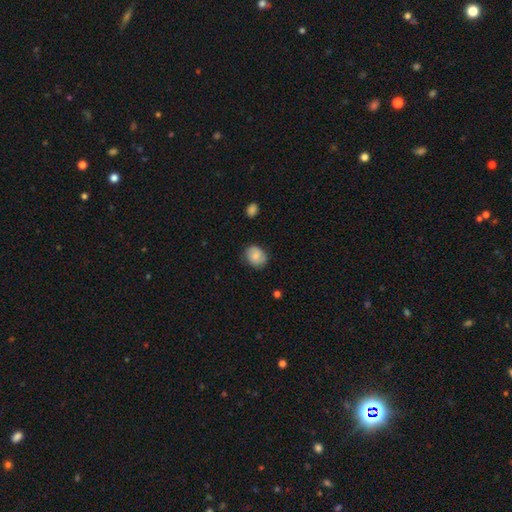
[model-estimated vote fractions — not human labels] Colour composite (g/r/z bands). It shows a smooth galaxy with no disk features (76%) that is round (54%). Merging: none (77%).